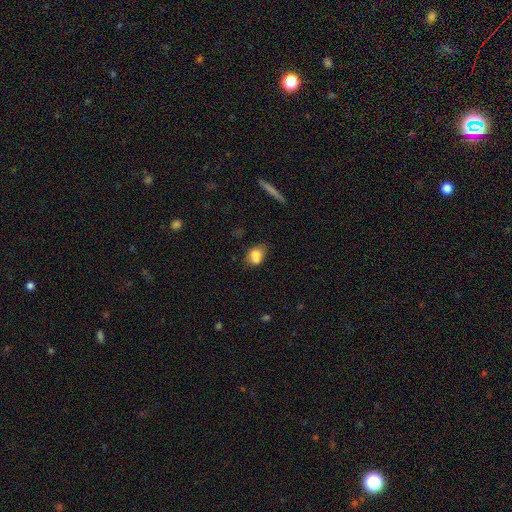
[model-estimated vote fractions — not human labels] The model was most divided on "merging": none: 38%, merger: 34%, minor disturbance: 20%, major disturbance: 8%. More confident: smooth or featured — smooth (73%); how rounded — in between (67%).